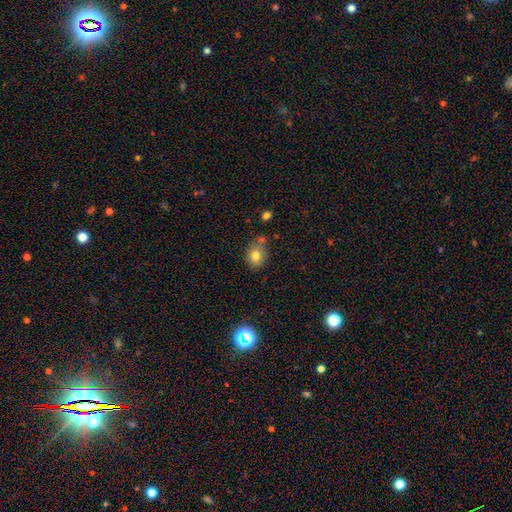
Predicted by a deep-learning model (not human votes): Smooth or featured? smooth (78%)
How rounded? in between (61%)
Merging? none (68%)